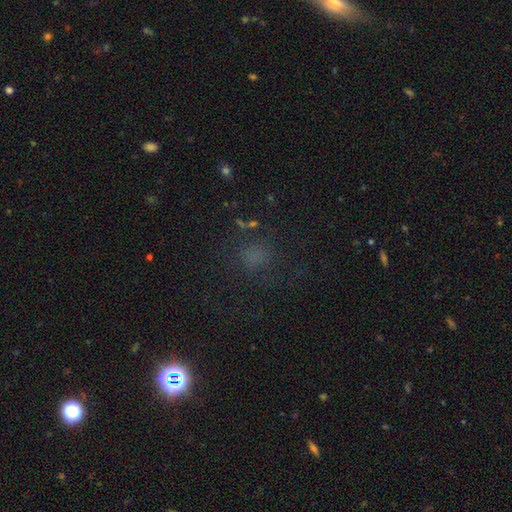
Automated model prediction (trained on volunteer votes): Smooth or featured? Predicted: smooth (p=0.53). How rounded? Predicted: round (p=0.80). Merging? Predicted: none (p=0.73).